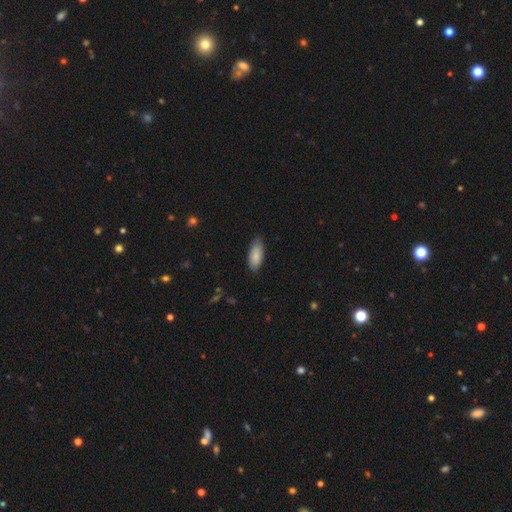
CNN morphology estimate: A smooth galaxy with no disk features (85%) that is in between round and cigar-shaped (87%).

Vote fractions:
- Smooth or featured? smooth: 85% / featured or disk: 9% / star or artifact: 6%
- How rounded? in between: 87% / cigar-shaped: 12% / round: 2%
- Merging? none: 79% / minor disturbance: 17% / major disturbance: 2% / merger: 1%